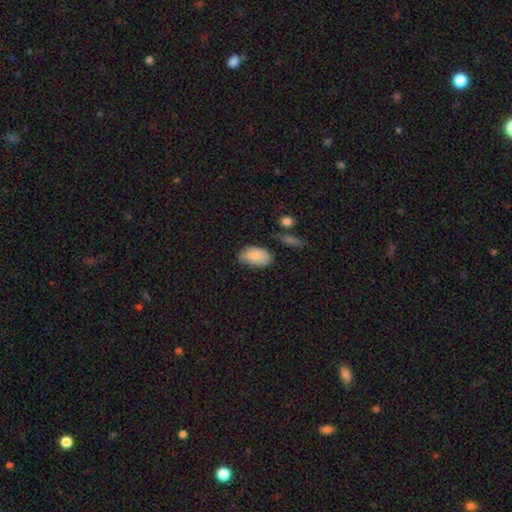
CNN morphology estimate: Q: Smooth or featured?
A: smooth (81%); runner-up: featured or disk (13%)
Q: How rounded?
A: in between (93%); runner-up: round (6%)
Q: Merging?
A: none (61%); runner-up: minor disturbance (30%)